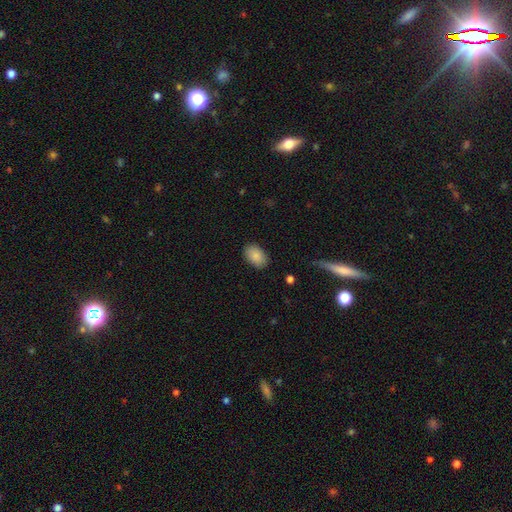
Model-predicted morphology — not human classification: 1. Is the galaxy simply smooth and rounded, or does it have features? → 88% smooth, 7% star or artifact, 5% featured or disk.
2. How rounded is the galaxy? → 89% in between, 10% round, 1% cigar-shaped.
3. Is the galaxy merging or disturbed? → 86% none, 11% minor disturbance, 2% major disturbance, 1% merger.